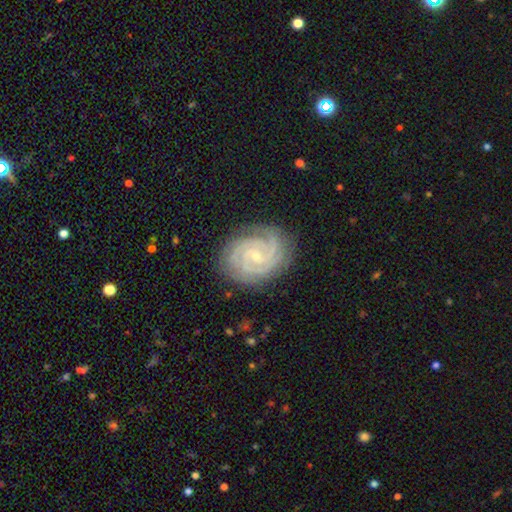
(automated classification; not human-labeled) Smooth or featured: featured or disk — 91% (star or artifact — 5%)
Edge-on disk: no — 98% (yes — 2%)
Bar: no — 57% (weak — 33%)
Spiral arms: yes — 99% (no — 1%)
Spiral winding: tight — 81% (medium — 17%)
Spiral arm count: 2 — 35% (3 — 30%)
Bulge size: small — 75% (moderate — 22%)
Merging: none — 83% (minor disturbance — 12%)